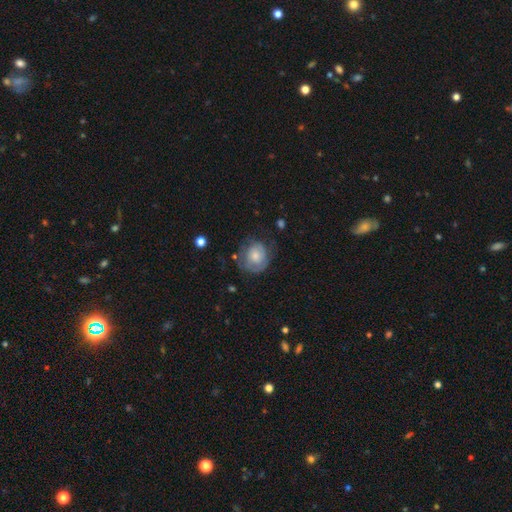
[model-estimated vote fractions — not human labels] Smooth or featured? featured or disk (48%)
Merging? none (57%)